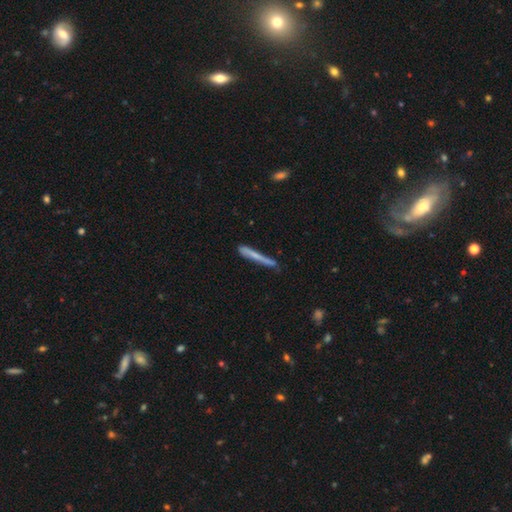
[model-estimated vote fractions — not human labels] Smooth or featured? smooth (56%)
How rounded? cigar-shaped (96%)
Merging? none (72%)